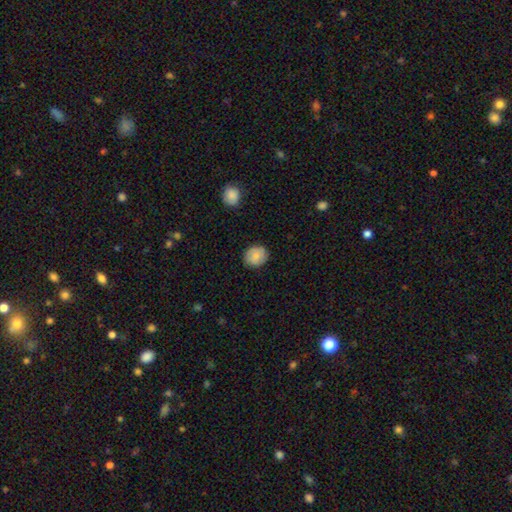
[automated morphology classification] A smooth galaxy with no disk features (82%) that is round (75%).

Vote fractions:
- Smooth or featured? smooth: 82% / featured or disk: 10% / star or artifact: 7%
- How rounded? round: 75% / in between: 24% / cigar-shaped: 1%
- Merging? none: 86% / minor disturbance: 11% / major disturbance: 2% / merger: 1%